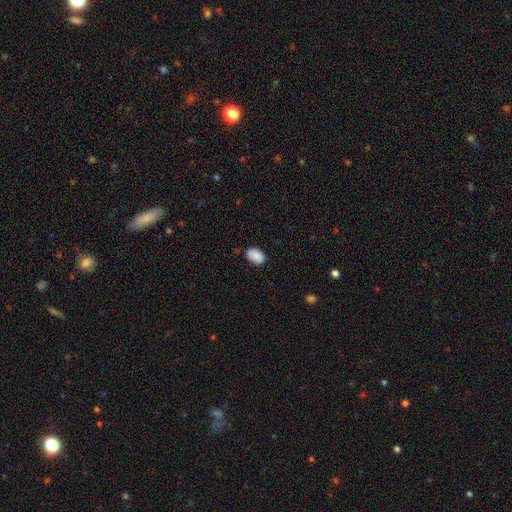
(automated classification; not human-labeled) Smooth or featured? Predicted: smooth (p=0.88). How rounded? Predicted: in between (p=0.89). Merging? Predicted: none (p=0.82).